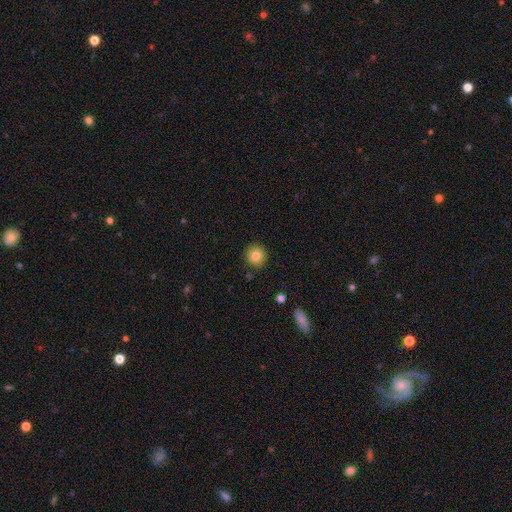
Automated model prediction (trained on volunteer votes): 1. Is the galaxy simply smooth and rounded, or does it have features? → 81% smooth, 9% star or artifact, 9% featured or disk.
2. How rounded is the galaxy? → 93% round, 6% in between, 1% cigar-shaped.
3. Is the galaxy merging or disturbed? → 90% none, 7% minor disturbance, 2% major disturbance, 1% merger.